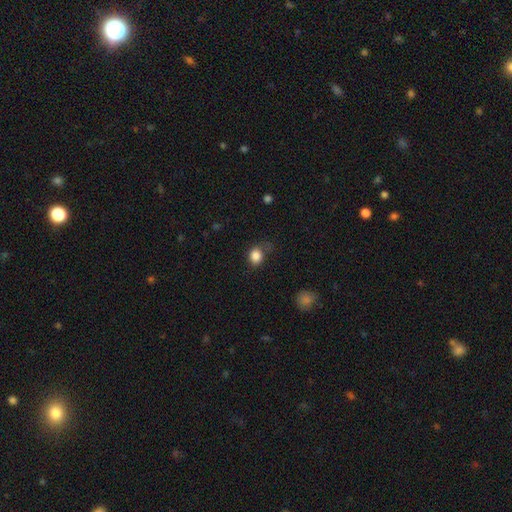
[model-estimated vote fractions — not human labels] Morphology: type=smooth (85%); roundness=round (61%); merging=none (57%).